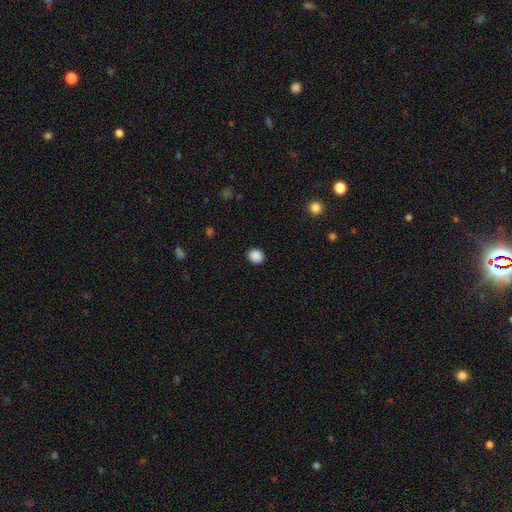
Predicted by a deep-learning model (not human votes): Smooth or featured? smooth (89%)
How rounded? round (66%)
Merging? none (89%)